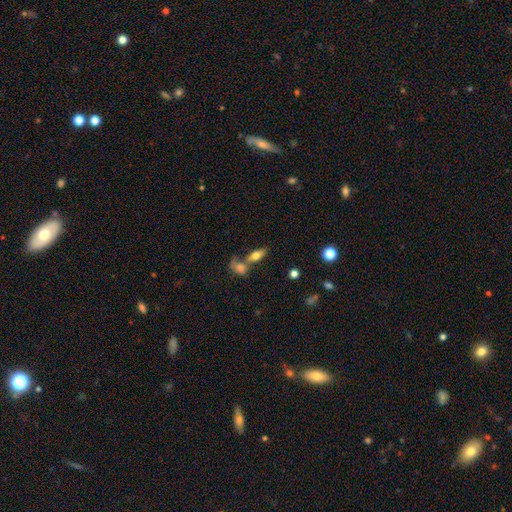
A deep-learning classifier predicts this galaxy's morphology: Smooth or featured?
  - smooth: 68% *
  - featured or disk: 23%
  - star or artifact: 9%
How rounded?
  - in between: 75% *
  - cigar-shaped: 20%
  - round: 5%
Merging?
  - none: 50% *
  - merger: 34%
  - minor disturbance: 11%
  - major disturbance: 5%